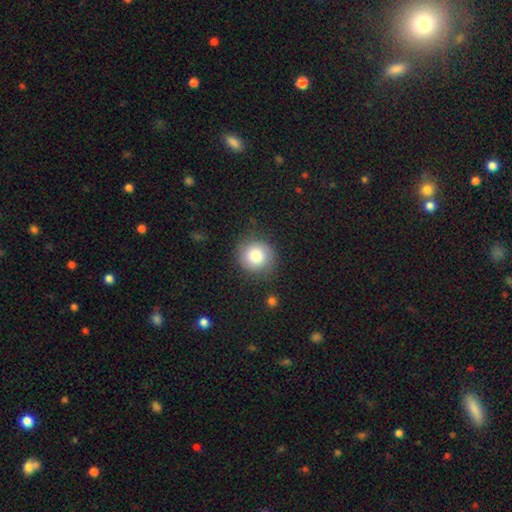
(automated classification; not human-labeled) Morphology: type=smooth (80%); roundness=round (92%); merging=none (82%).